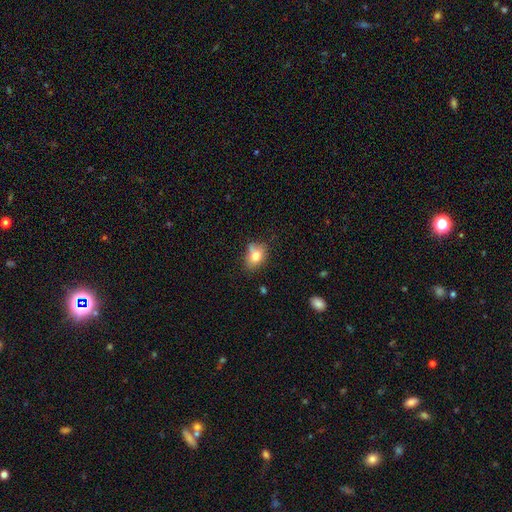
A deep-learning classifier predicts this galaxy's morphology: Smooth or featured?
  - smooth: 75% *
  - featured or disk: 14%
  - star or artifact: 11%
How rounded?
  - in between: 65% *
  - round: 34%
  - cigar-shaped: 2%
Merging?
  - none: 58% *
  - minor disturbance: 28%
  - major disturbance: 7%
  - merger: 7%